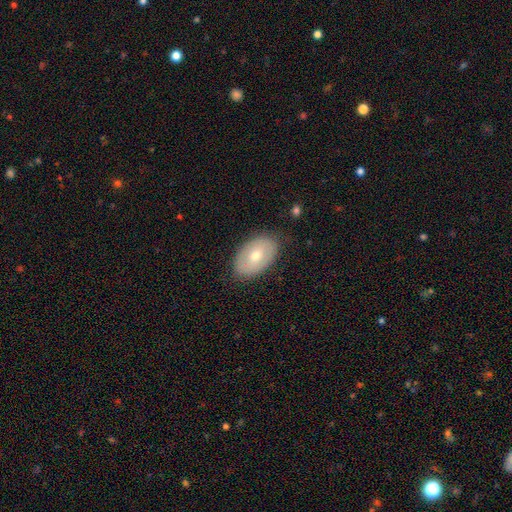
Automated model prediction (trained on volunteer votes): This is possibly a smooth galaxy (59%). How rounded: clearly in between (89%). Merging: clearly none (82%).